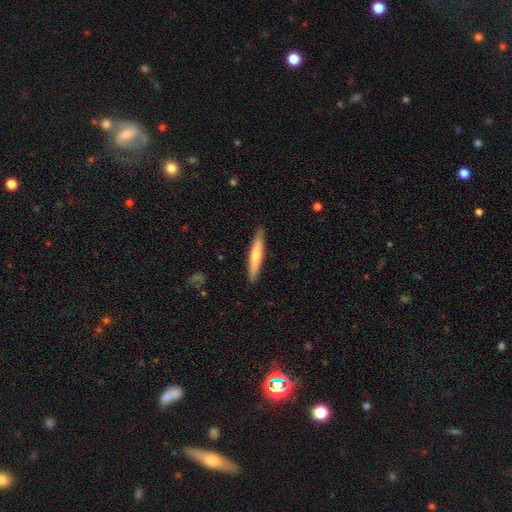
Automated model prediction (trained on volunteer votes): Q: Smooth or featured?
A: smooth (66%); runner-up: featured or disk (29%)
Q: How rounded?
A: cigar-shaped (91%); runner-up: in between (8%)
Q: Merging?
A: none (89%); runner-up: minor disturbance (8%)